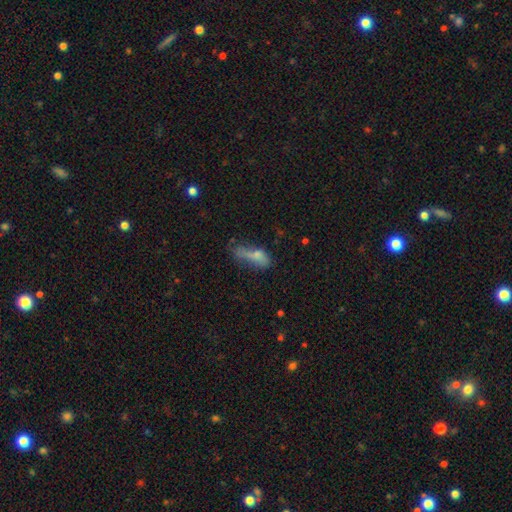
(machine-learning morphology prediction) Q: Smooth or featured?
A: smooth (63%); runner-up: featured or disk (25%)
Q: How rounded?
A: in between (69%); runner-up: cigar-shaped (26%)
Q: Merging?
A: major disturbance (33%); runner-up: none (25%)